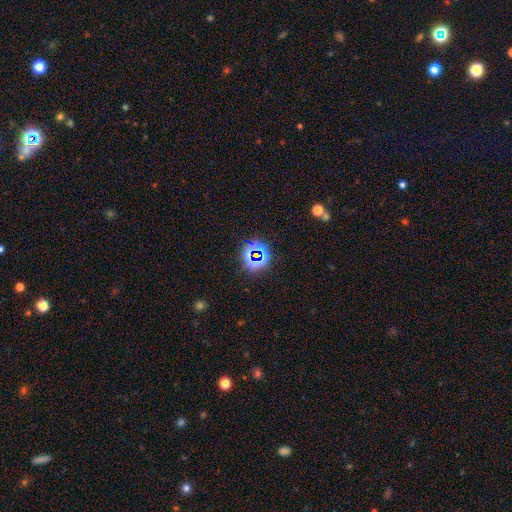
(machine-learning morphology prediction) type=star or artifact (73%).